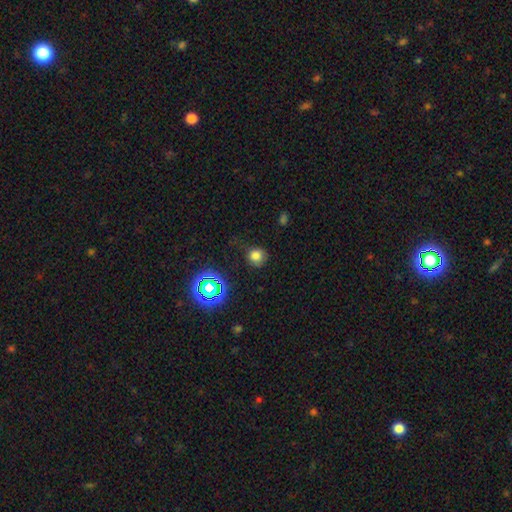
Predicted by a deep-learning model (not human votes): A smooth galaxy with no disk features (73%) that is round (85%).

Vote fractions:
- Smooth or featured? smooth: 73% / star or artifact: 20% / featured or disk: 7%
- How rounded? round: 85% / in between: 14% / cigar-shaped: 1%
- Merging? none: 71% / minor disturbance: 19% / major disturbance: 8% / merger: 2%